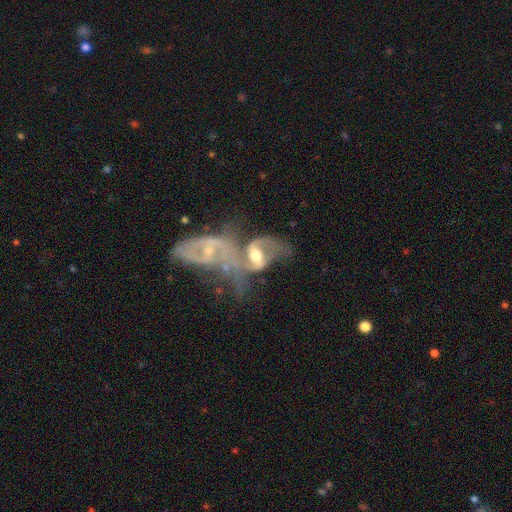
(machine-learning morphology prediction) smooth_or_featured: featured or disk (p=0.84) [alt: smooth p=0.10]
disk_edge_on: no (p=0.96) [alt: yes p=0.04]
bar: weak (p=0.41) [alt: strong p=0.32]
has_spiral_arms: yes (p=0.90) [alt: no p=0.10]
spiral_winding: medium (p=0.45) [alt: loose p=0.37]
spiral_arm_count: 2 (p=0.82) [alt: can't tell p=0.08]
bulge_size: moderate (p=0.66) [alt: small p=0.19]
merging: merger (p=0.70) [alt: major disturbance p=0.12]